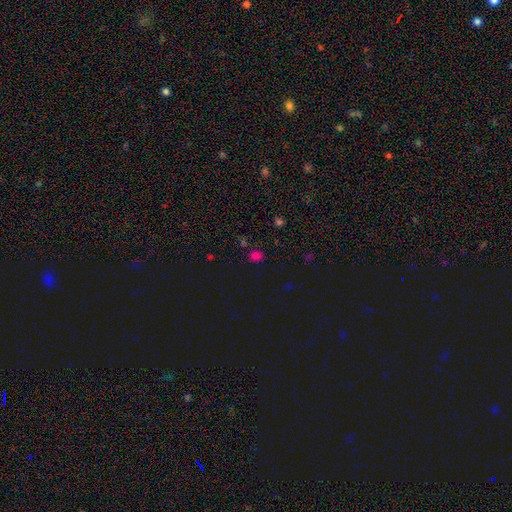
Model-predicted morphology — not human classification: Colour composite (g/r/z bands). It shows a smooth galaxy with no disk features (66%) that is round (57%). Merging: none (81%).